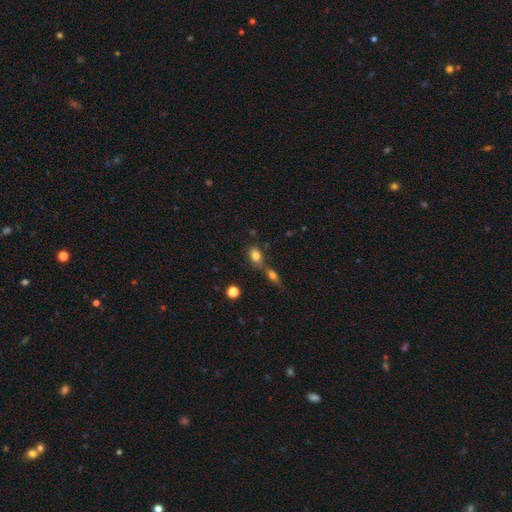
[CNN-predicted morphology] smooth 80%, star or artifact 11%, featured or disk 10%. Down the decision tree: how rounded — in between (71%); merging — none (47%).